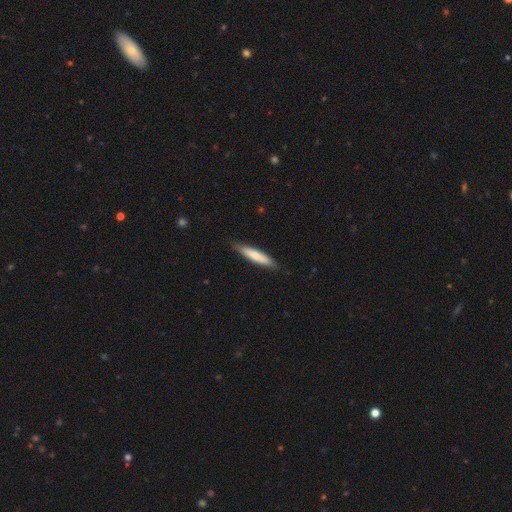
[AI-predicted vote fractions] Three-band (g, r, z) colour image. It shows a smooth galaxy with no disk features (72%) that is cigar-shaped (86%). Merging: none (86%).